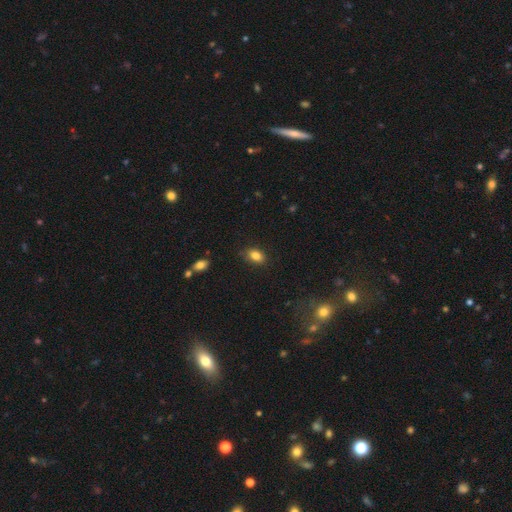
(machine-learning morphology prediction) A smooth galaxy with no disk features (84%) that is in between round and cigar-shaped (84%).

Vote fractions:
- Smooth or featured? smooth: 84% / star or artifact: 10% / featured or disk: 7%
- How rounded? in between: 84% / round: 14% / cigar-shaped: 2%
- Merging? none: 83% / minor disturbance: 13% / major disturbance: 3% / merger: 1%